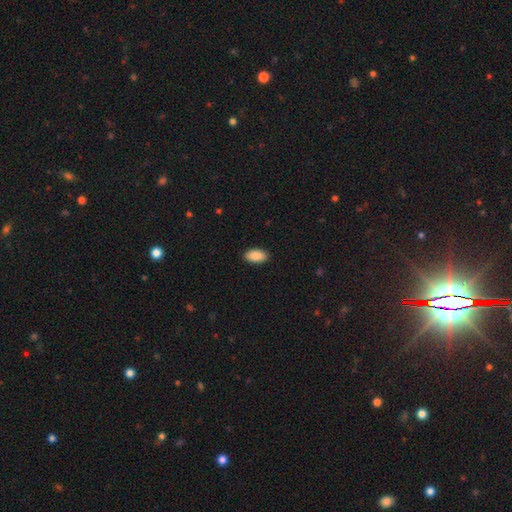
A smooth galaxy with no disk features (87%) that is in between round and cigar-shaped (91%). Merging: none (95%).